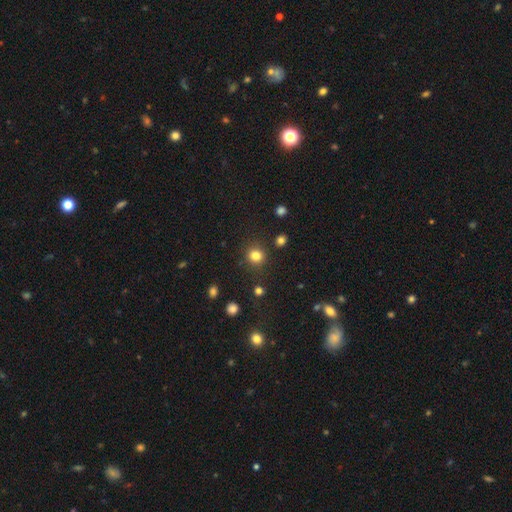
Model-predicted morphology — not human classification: This appears to be a smooth galaxy with no disk features (82%) that is round (88%). Merging: none (87%).